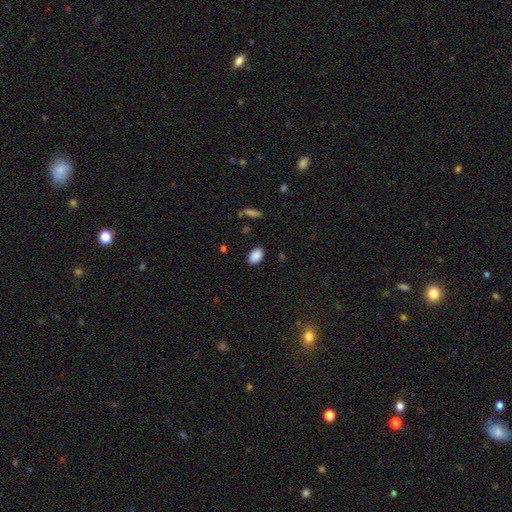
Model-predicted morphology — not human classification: Q: Smooth or featured?
A: smooth (89%); runner-up: star or artifact (8%)
Q: How rounded?
A: in between (86%); runner-up: round (13%)
Q: Merging?
A: none (87%); runner-up: minor disturbance (9%)